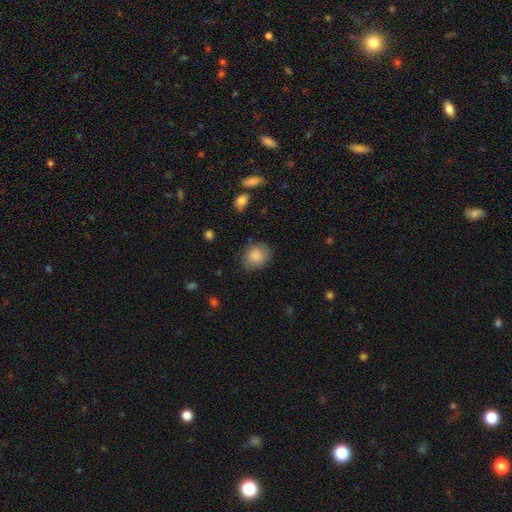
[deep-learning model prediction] smooth-or-featured: smooth: 84% | featured or disk: 9% | star or artifact: 7%
  how-rounded: round: 69% | in between: 30% | cigar-shaped: 1%
  merging: none: 79% | minor disturbance: 16% | major disturbance: 4% | merger: 1%